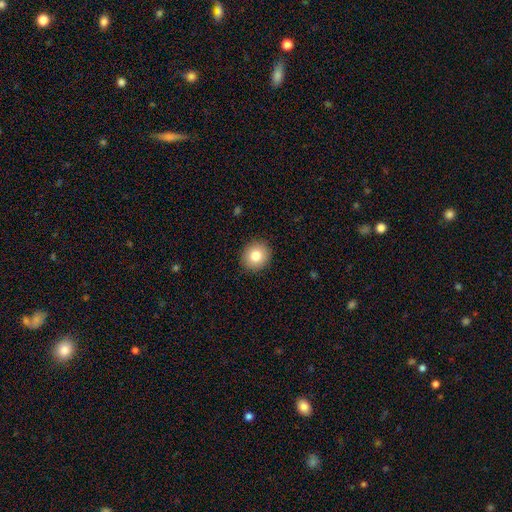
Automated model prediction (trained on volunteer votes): Smooth or featured? smooth (81%)
How rounded? round (84%)
Merging? none (91%)